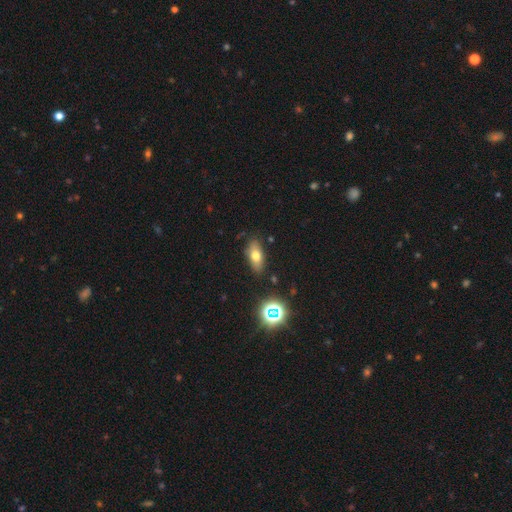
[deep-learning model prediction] Morphology: type=smooth (68%); roundness=in between (79%); merging=none (83%).